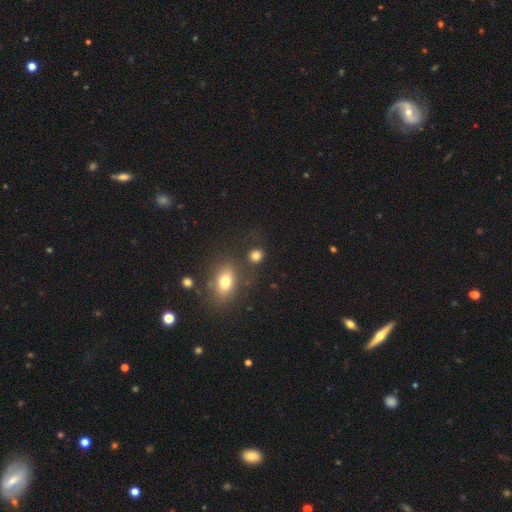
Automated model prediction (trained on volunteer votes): Smooth or featured?
  - smooth: 80% *
  - star or artifact: 14%
  - featured or disk: 7%
How rounded?
  - round: 75% *
  - in between: 23%
  - cigar-shaped: 2%
Merging?
  - none: 77% *
  - minor disturbance: 10%
  - merger: 8%
  - major disturbance: 5%